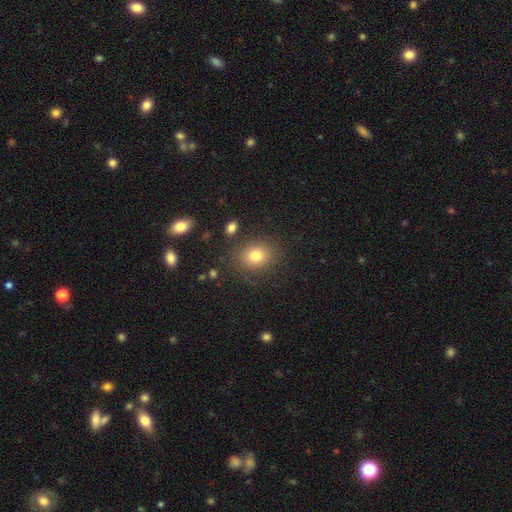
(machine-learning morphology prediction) Smooth or featured? smooth (79%)
How rounded? round (56%)
Merging? none (82%)